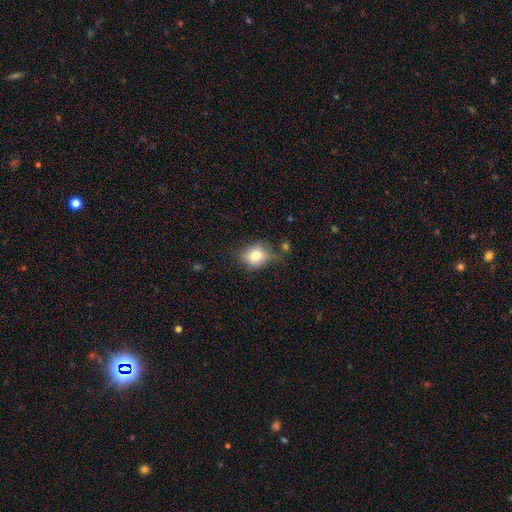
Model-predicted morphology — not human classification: smooth-or-featured: smooth: 76% | featured or disk: 14% | star or artifact: 10%
  how-rounded: round: 57% | in between: 42% | cigar-shaped: 1%
  merging: none: 58% | minor disturbance: 29% | major disturbance: 9% | merger: 4%